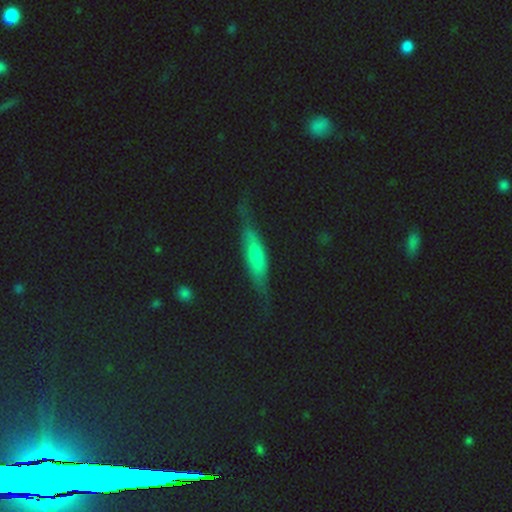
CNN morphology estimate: featured or disk 48%, smooth 44%, star or artifact 8%. Down the decision tree: merging — none (69%).